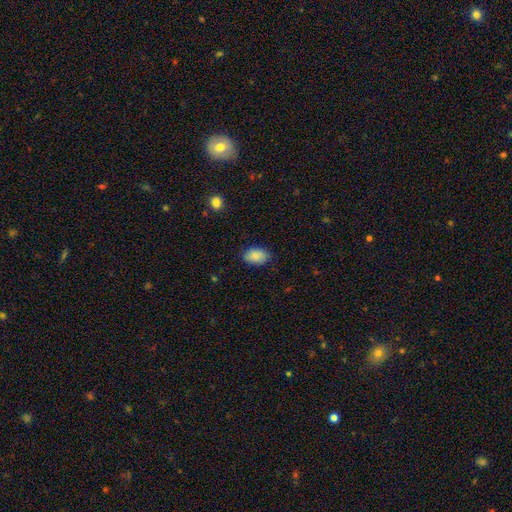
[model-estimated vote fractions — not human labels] smooth_or_featured: smooth (p=0.86) [alt: star or artifact p=0.07]
how_rounded: in between (p=0.85) [alt: round p=0.14]
merging: none (p=0.83) [alt: minor disturbance p=0.14]